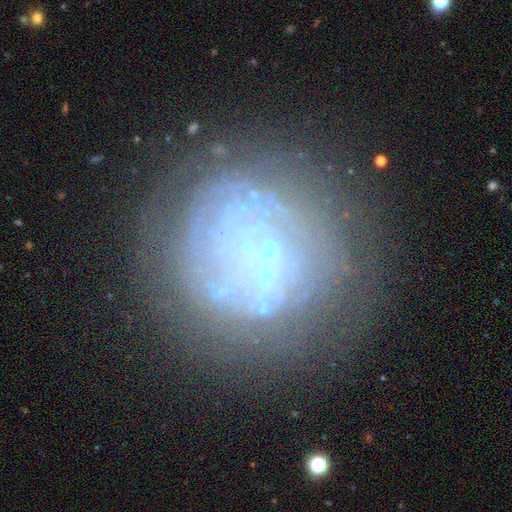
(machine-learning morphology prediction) The model was most divided on "spiral arms": no: 51%, yes: 49%. More confident: edge-on disk — no (97%); bar — no (84%); merging — none (67%); smooth or featured — featured or disk (64%); bulge size — small (55%).